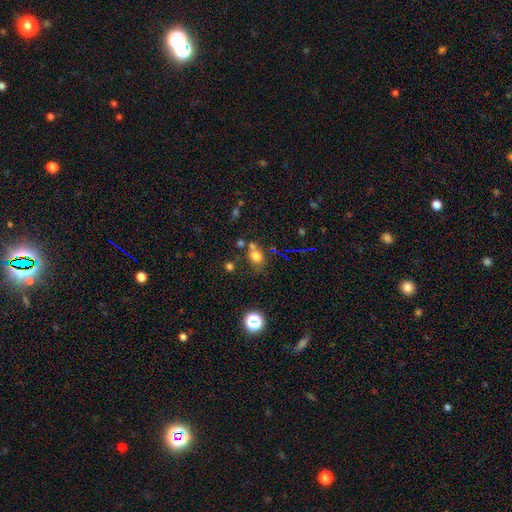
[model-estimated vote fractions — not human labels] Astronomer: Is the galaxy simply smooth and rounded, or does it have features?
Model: smooth — 74%.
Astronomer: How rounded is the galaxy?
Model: round — 61% (runner-up: in between, 38%).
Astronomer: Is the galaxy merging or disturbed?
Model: none — 53%.